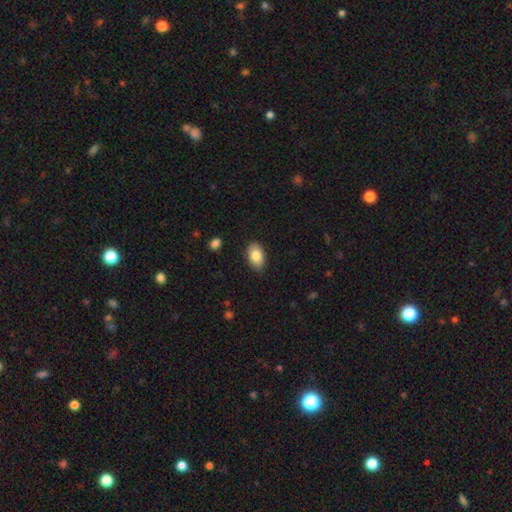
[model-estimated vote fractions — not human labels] Q: Smooth or featured?
A: smooth (84%); runner-up: featured or disk (9%)
Q: How rounded?
A: in between (92%); runner-up: round (7%)
Q: Merging?
A: none (85%); runner-up: minor disturbance (12%)